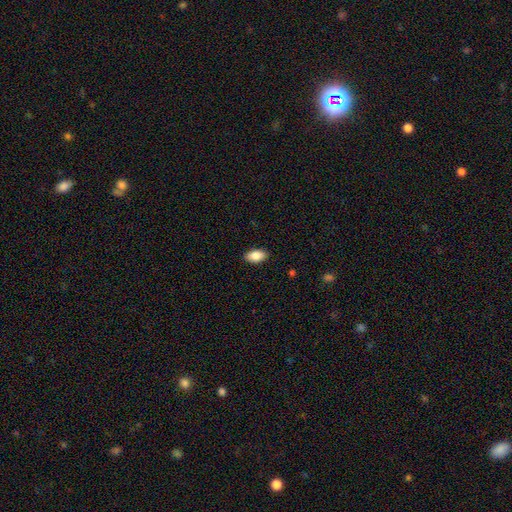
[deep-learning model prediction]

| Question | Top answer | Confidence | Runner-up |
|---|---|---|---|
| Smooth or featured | smooth | 86% | featured or disk (7%) |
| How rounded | in between | 93% | round (4%) |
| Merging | none | 90% | minor disturbance (8%) |